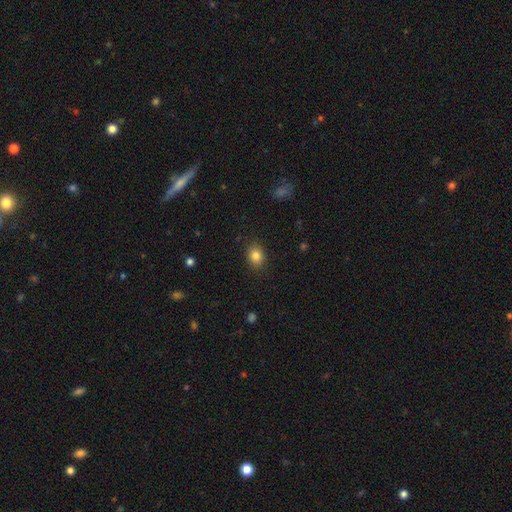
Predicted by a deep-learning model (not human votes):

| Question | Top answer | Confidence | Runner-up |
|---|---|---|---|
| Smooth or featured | smooth | 84% | star or artifact (10%) |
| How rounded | in between | 55% | round (44%) |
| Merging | none | 87% | minor disturbance (10%) |